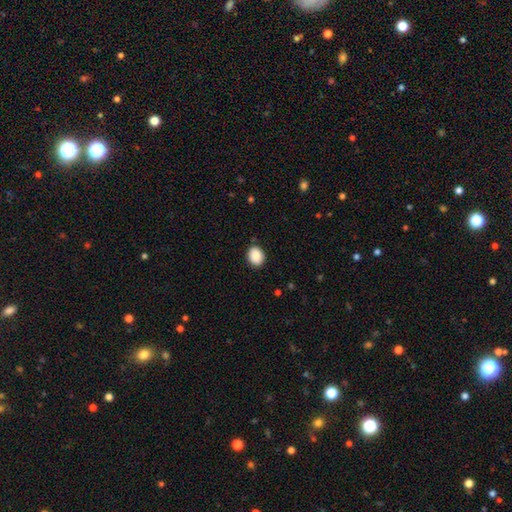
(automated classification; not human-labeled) A smooth galaxy with no disk features (89%) that is round (51%).

Vote fractions:
- Smooth or featured? smooth: 89% / star or artifact: 8% / featured or disk: 3%
- How rounded? round: 51% / in between: 48% / cigar-shaped: 1%
- Merging? none: 87% / minor disturbance: 9% / major disturbance: 2% / merger: 1%